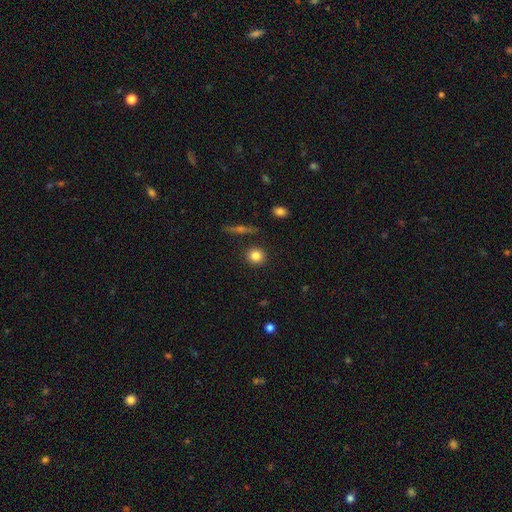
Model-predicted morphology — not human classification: The model was most divided on "smooth or featured": smooth: 82%, star or artifact: 10%, featured or disk: 8%. More confident: how rounded — round (90%); merging — none (90%).